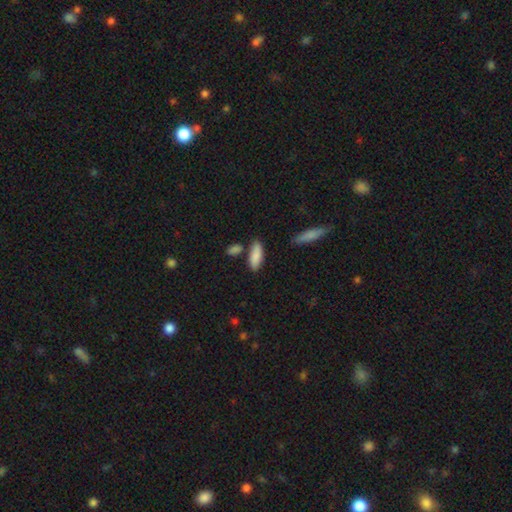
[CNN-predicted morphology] Smooth or featured? smooth (86%)
How rounded? in between (71%)
Merging? none (74%)